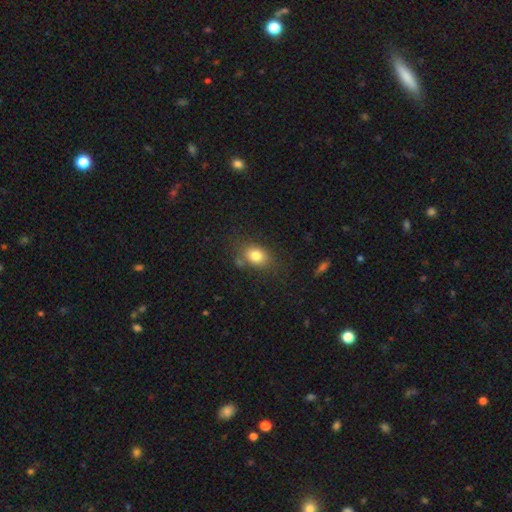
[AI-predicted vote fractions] Morphology: type=smooth (80%); roundness=in between (64%); merging=none (72%).